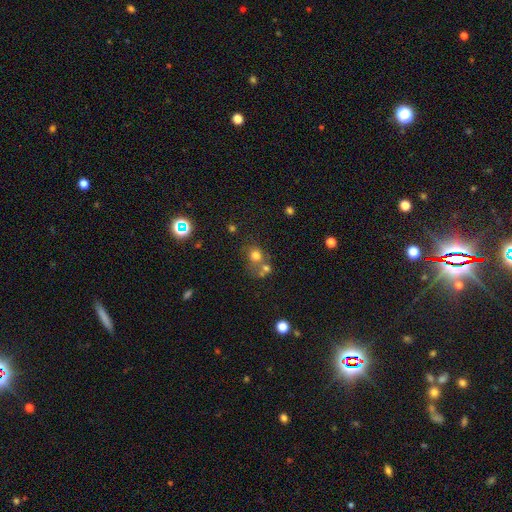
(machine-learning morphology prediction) smooth 69%, star or artifact 17%, featured or disk 13%. Down the decision tree: how rounded — round (79%); merging — none (48%).